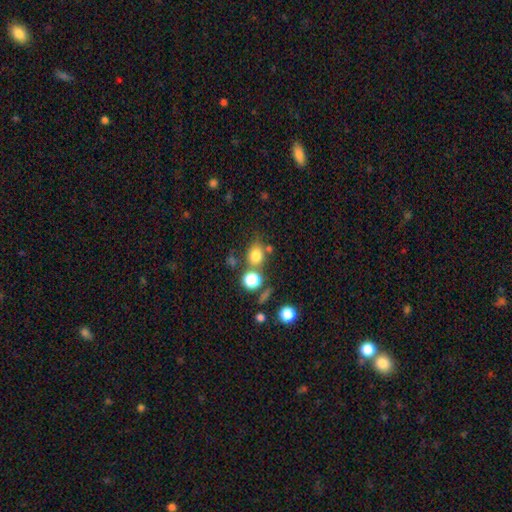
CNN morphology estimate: Smooth or featured: smooth — 76% (star or artifact — 15%)
How rounded: round — 63% (in between — 36%)
Merging: none — 62% (merger — 19%)